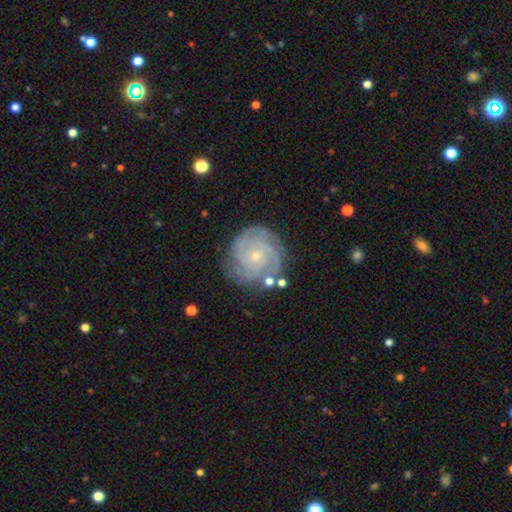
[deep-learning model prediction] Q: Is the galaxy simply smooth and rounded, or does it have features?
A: featured or disk — 89%.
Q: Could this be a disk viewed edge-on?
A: no — 98%.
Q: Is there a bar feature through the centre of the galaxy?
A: no — 77%.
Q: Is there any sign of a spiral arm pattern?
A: yes — 98%.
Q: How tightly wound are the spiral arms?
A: tight — 83%.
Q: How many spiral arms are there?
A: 3 — 33%.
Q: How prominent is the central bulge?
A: small — 79%.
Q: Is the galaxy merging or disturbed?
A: none — 81%.